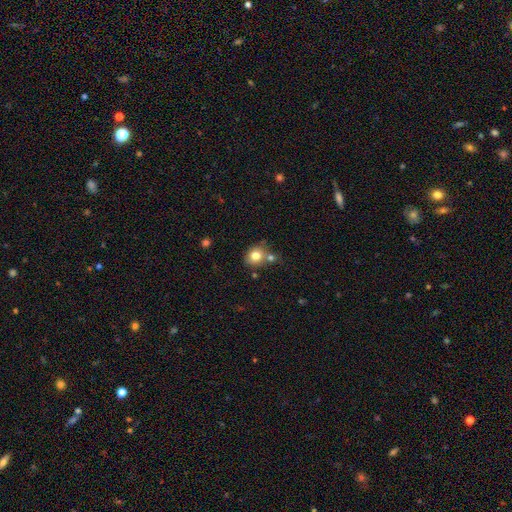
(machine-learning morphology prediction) Smooth or featured: smooth — 78% (featured or disk — 11%)
How rounded: round — 75% (in between — 24%)
Merging: none — 61% (merger — 21%)